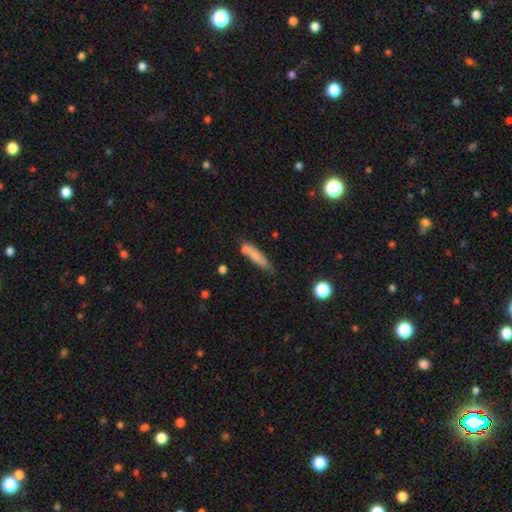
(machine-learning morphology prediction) Q: Smooth or featured?
A: smooth (71%); runner-up: featured or disk (21%)
Q: How rounded?
A: cigar-shaped (76%); runner-up: in between (22%)
Q: Merging?
A: none (55%); runner-up: minor disturbance (23%)